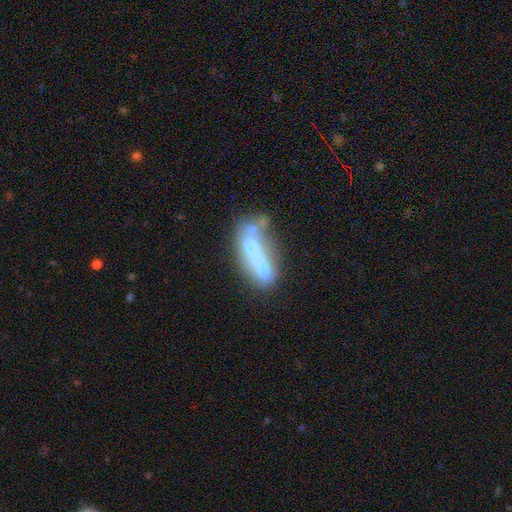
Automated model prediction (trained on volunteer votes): Overall: featured or disk (53%; smooth 36%). Edge-on disk: no (80%). Merging: merger (41%; none 26%).